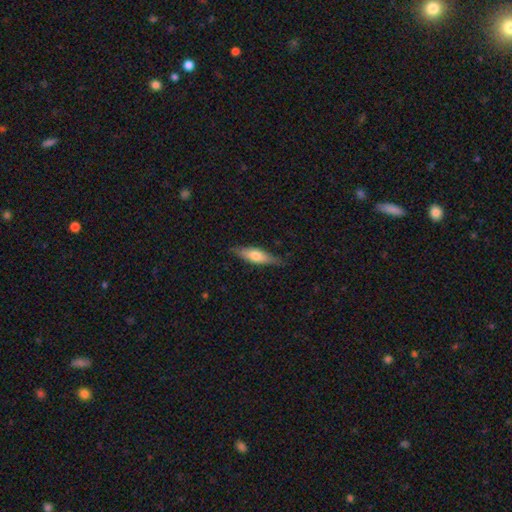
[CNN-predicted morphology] smooth 58%, featured or disk 36%, star or artifact 6%. Down the decision tree: how rounded — cigar-shaped (56%); merging — none (81%).